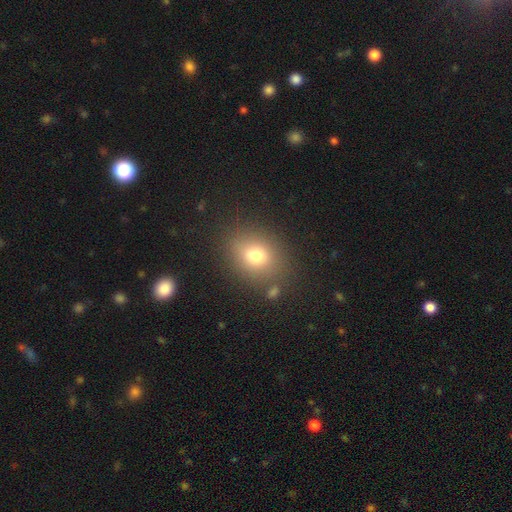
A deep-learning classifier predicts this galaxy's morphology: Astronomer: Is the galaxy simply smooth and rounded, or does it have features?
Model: smooth — 75%.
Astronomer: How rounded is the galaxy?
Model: in between — 50% (runner-up: round, 49%).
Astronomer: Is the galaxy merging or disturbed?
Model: none — 78%.